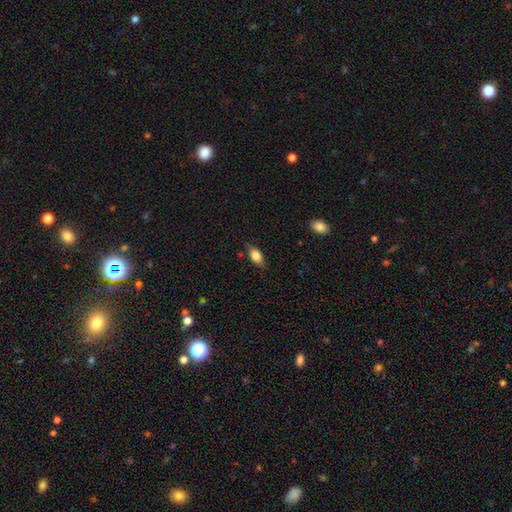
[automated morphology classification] Q: Smooth or featured?
A: smooth (82%); runner-up: featured or disk (11%)
Q: How rounded?
A: in between (87%); runner-up: round (7%)
Q: Merging?
A: none (78%); runner-up: minor disturbance (17%)